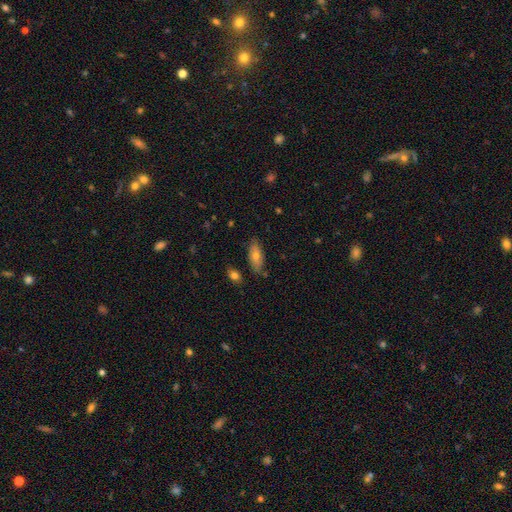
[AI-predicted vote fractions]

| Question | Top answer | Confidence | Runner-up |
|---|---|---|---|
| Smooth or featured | smooth | 64% | featured or disk (28%) |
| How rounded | in between | 74% | cigar-shaped (23%) |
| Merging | none | 80% | minor disturbance (14%) |